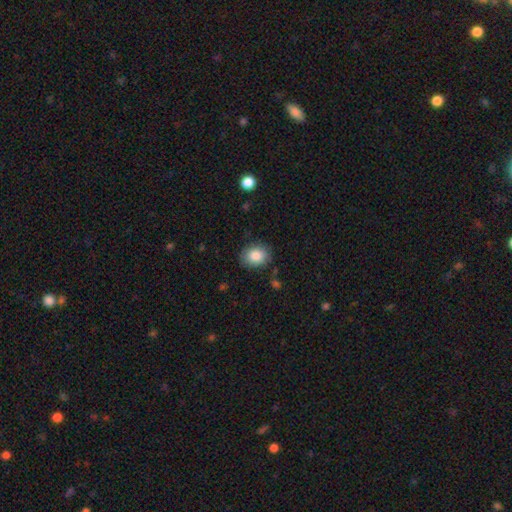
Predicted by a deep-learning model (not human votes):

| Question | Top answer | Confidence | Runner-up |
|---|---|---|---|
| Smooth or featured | smooth | 86% | star or artifact (8%) |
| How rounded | round | 51% | in between (48%) |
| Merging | none | 84% | minor disturbance (12%) |